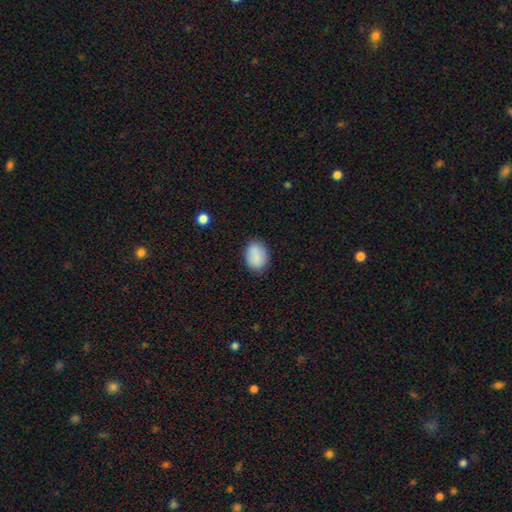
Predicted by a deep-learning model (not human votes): Overall: smooth (85%). How rounded: in between (79%). Merging: none (81%).